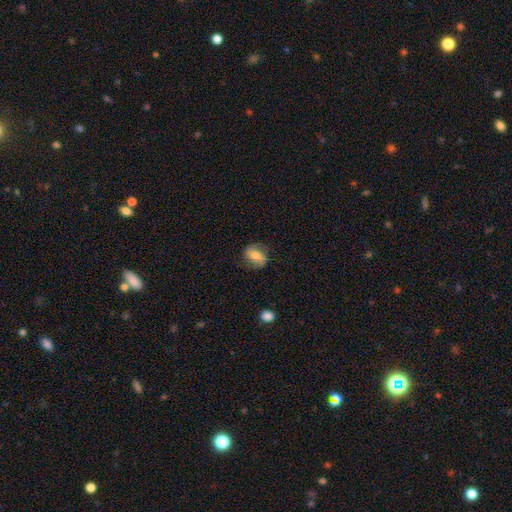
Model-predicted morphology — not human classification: smooth 52%, featured or disk 40%, star or artifact 8%. Down the decision tree: how rounded — in between (63%); merging — none (76%).